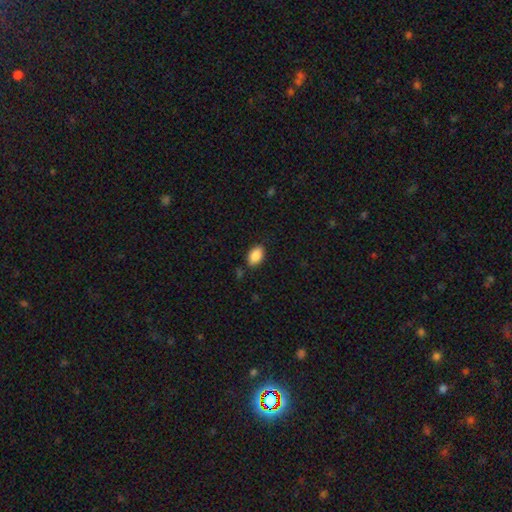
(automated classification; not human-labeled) Smooth or featured?
  - smooth: 88% *
  - star or artifact: 7%
  - featured or disk: 5%
How rounded?
  - in between: 90% *
  - round: 9%
  - cigar-shaped: 2%
Merging?
  - none: 83% *
  - minor disturbance: 12%
  - major disturbance: 3%
  - merger: 2%